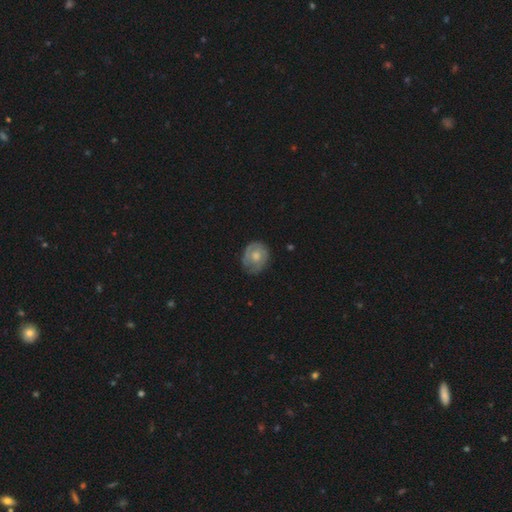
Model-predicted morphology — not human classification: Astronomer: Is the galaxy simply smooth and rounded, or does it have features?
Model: featured or disk — 50% (runner-up: smooth, 44%).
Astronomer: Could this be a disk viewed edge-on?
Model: no — 96%.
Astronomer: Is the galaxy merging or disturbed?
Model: none — 65%.